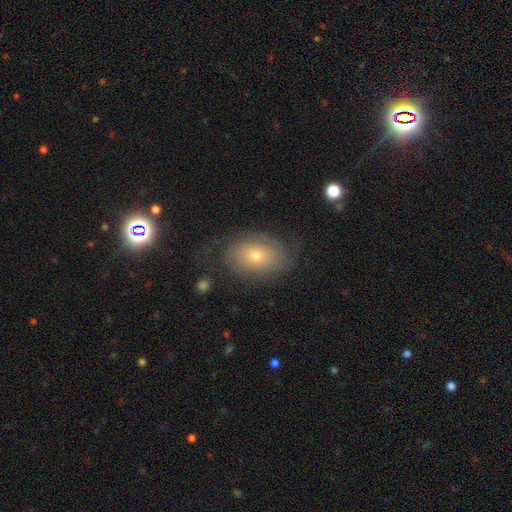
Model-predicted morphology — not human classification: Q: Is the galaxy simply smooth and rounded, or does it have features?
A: featured or disk — 55%.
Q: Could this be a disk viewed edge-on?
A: no — 94%.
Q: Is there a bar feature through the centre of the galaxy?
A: no — 84%.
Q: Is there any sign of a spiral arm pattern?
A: yes — 73%.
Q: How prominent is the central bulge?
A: small — 52%.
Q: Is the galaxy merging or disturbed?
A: none — 65%.